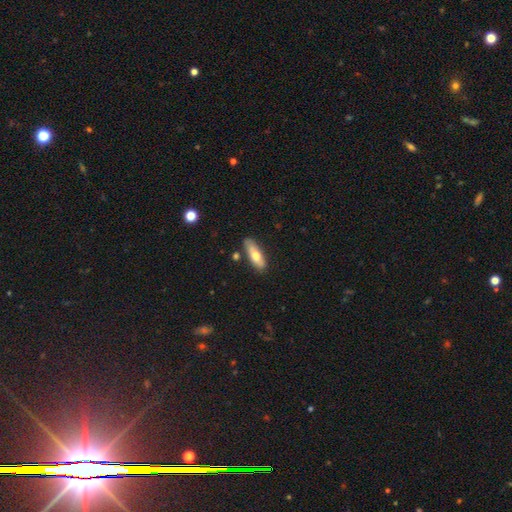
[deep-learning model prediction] Morphology: type=smooth (64%); roundness=in between (59%); merging=none (78%).